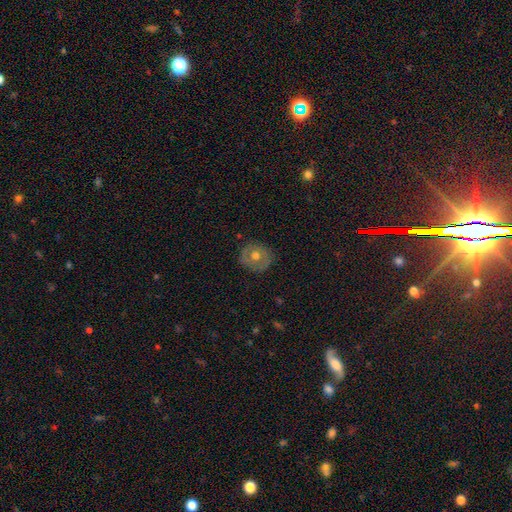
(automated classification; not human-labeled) Morphology: type=featured or disk (48%); merging=none (84%).